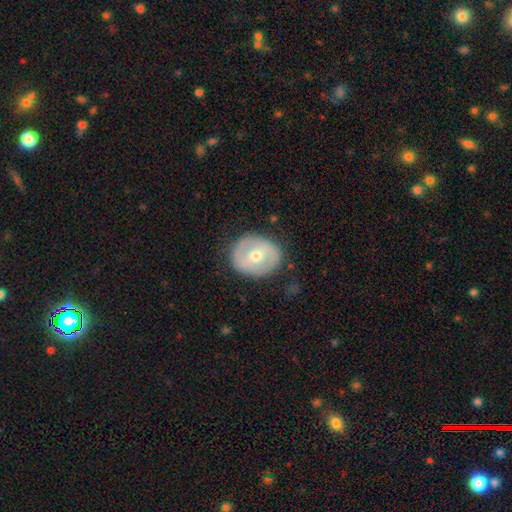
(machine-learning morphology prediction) Smooth or featured? featured or disk (54%)
Edge-on disk? no (95%)
Bar? no (50%)
Spiral arms? no (67%)
Bulge size? moderate (60%)
Merging? none (82%)